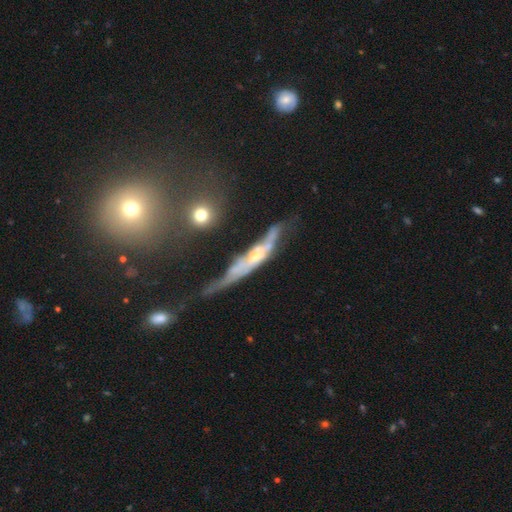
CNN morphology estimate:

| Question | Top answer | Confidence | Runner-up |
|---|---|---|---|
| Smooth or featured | featured or disk | 69% | smooth (22%) |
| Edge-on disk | yes | 65% | no (35%) |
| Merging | none | 30% | major disturbance (27%) |